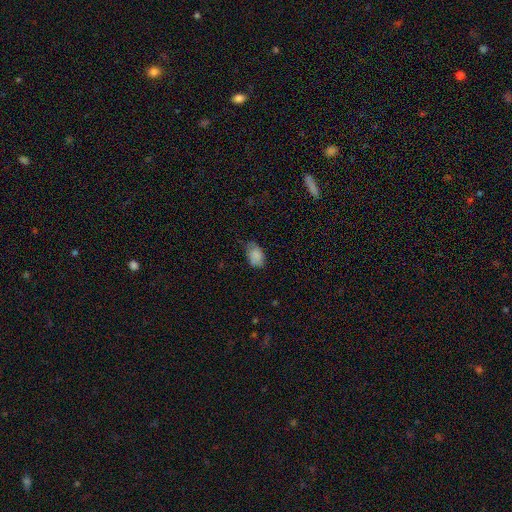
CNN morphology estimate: smooth_or_featured: smooth (p=0.84) [alt: star or artifact p=0.08]
how_rounded: in between (p=0.88) [alt: round p=0.10]
merging: none (p=0.54) [alt: minor disturbance p=0.36]